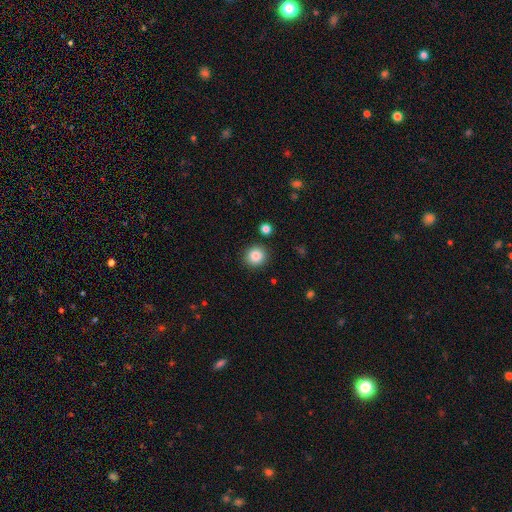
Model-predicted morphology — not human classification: smooth_or_featured: smooth (p=0.85) [alt: star or artifact p=0.09]
how_rounded: round (p=0.90) [alt: in between p=0.10]
merging: none (p=0.89) [alt: minor disturbance p=0.06]